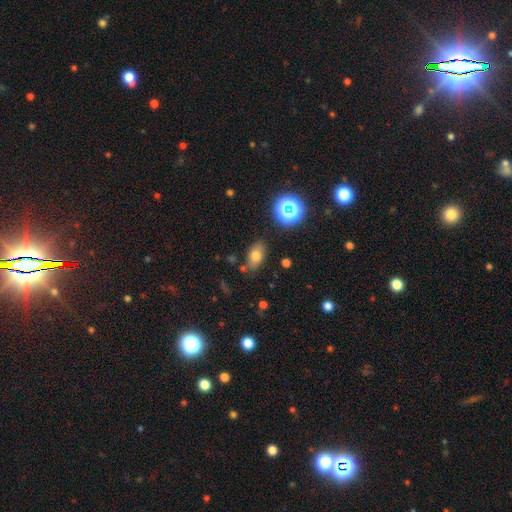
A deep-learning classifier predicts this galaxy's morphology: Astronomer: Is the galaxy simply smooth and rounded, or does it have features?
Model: smooth — 71%.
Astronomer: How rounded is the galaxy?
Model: in between — 83%.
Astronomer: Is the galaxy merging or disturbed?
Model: none — 78%.